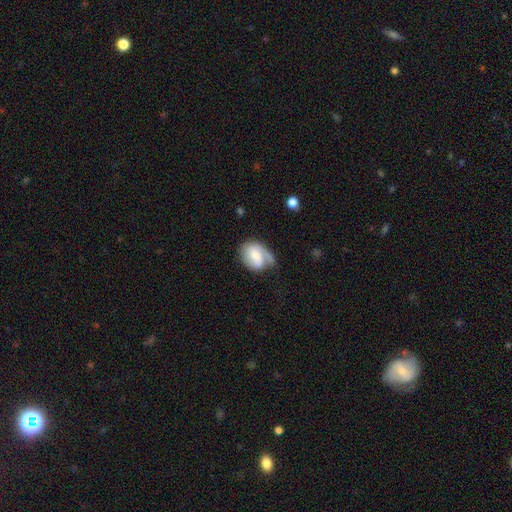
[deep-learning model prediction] featured or disk 51%, smooth 42%, star or artifact 7%. Down the decision tree: edge-on disk — no (96%); merging — none (45%).